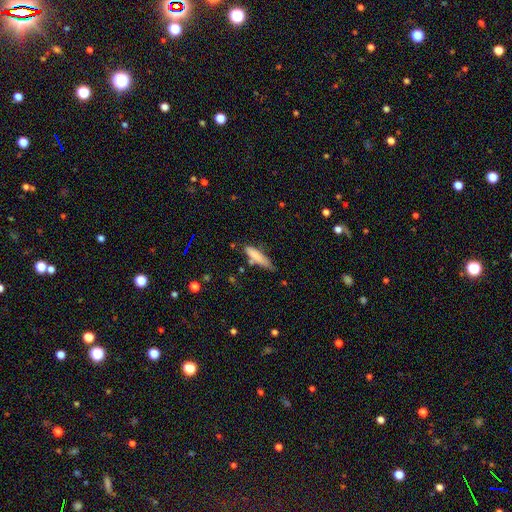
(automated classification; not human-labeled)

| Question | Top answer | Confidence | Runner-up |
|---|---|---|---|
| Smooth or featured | smooth | 77% | featured or disk (16%) |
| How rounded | cigar-shaped | 73% | in between (25%) |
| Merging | none | 54% | minor disturbance (30%) |